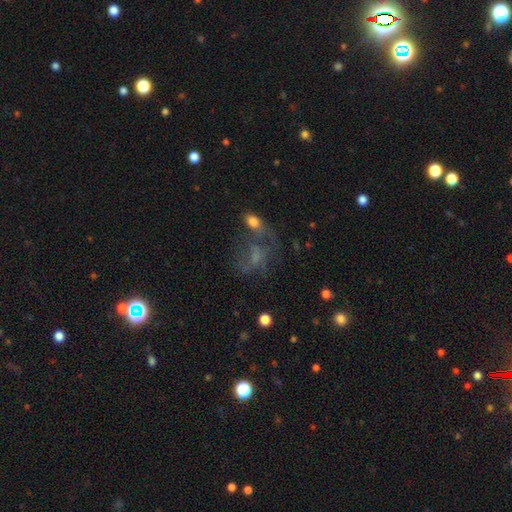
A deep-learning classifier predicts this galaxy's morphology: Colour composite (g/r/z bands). It shows a featured or disk galaxy (40%). Merging: none (34%).